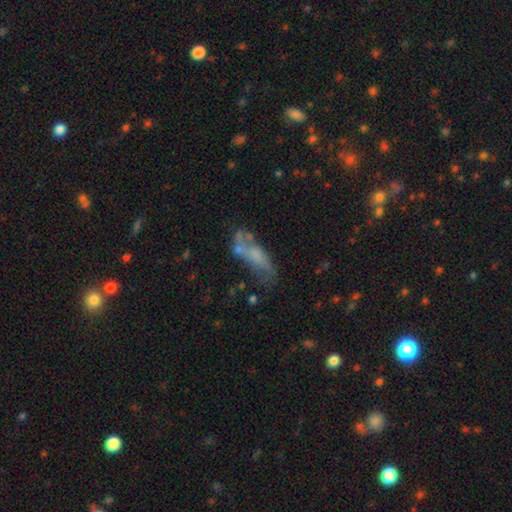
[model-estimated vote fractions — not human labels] Q: Smooth or featured?
A: smooth (48%); runner-up: featured or disk (43%)
Q: Merging?
A: none (36%); runner-up: minor disturbance (23%)